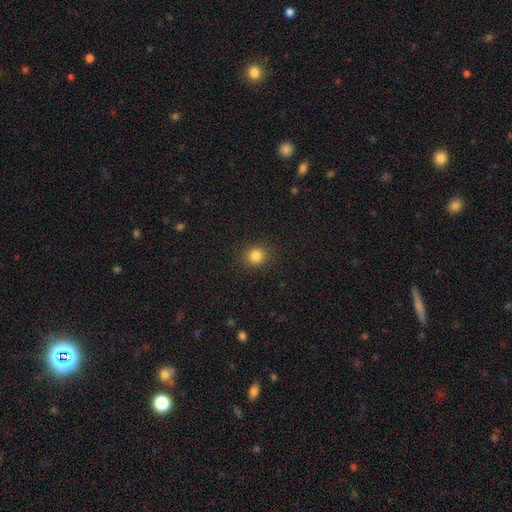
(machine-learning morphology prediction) A smooth galaxy with no disk features (83%) that is round (87%). Merging: none (90%).